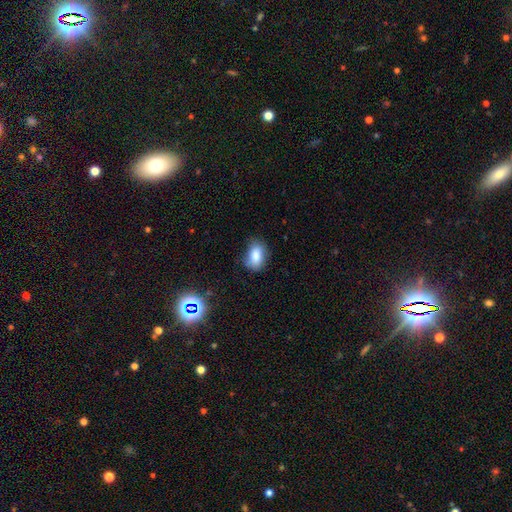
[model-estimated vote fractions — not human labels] Smooth or featured? smooth (82%)
How rounded? in between (86%)
Merging? none (67%)